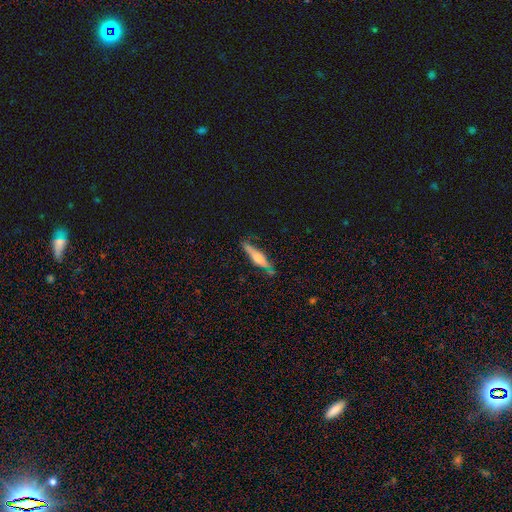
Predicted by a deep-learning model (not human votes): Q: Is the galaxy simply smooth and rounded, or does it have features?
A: featured or disk — 58%.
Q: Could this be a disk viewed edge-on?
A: yes — 92%.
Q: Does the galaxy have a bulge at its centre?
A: rounded — 74%.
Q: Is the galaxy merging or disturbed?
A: none — 76%.